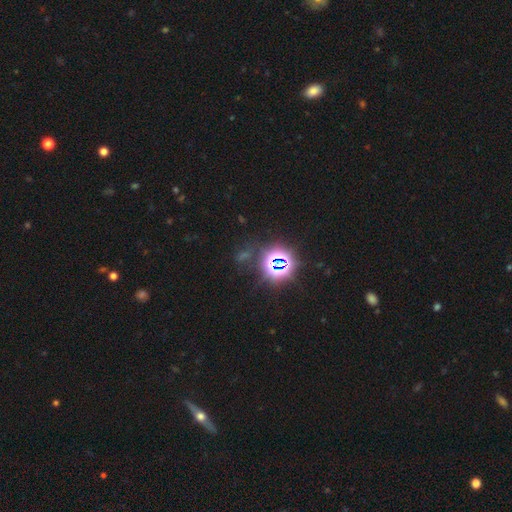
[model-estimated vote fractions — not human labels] Overall: star or artifact (79%).